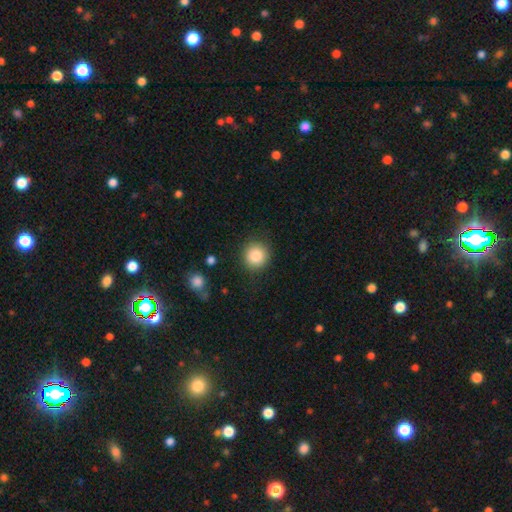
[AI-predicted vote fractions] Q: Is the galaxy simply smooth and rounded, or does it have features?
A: smooth — 85%.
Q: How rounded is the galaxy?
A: round — 92%.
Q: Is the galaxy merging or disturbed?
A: none — 87%.